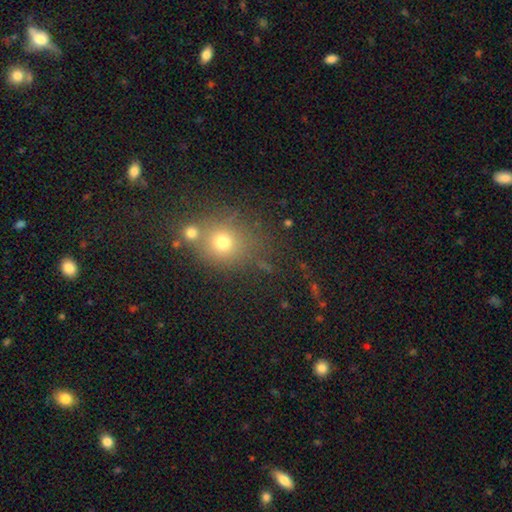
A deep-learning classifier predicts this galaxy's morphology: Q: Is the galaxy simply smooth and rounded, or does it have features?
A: smooth — 58%.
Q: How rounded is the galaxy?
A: round — 77%.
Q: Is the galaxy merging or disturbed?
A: none — 61%.